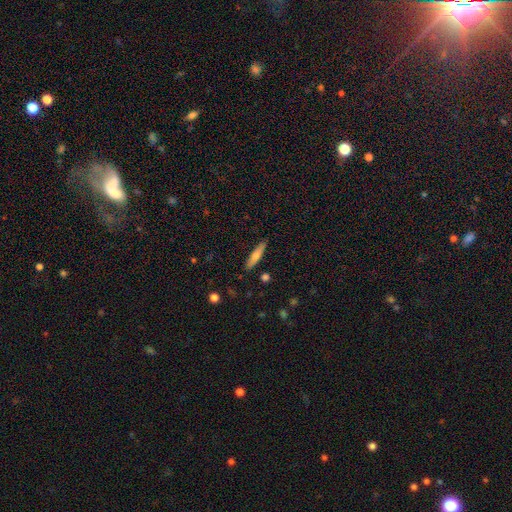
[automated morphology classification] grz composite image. It shows a smooth galaxy with no disk features (57%) that is cigar-shaped (87%). Merging: none (88%).